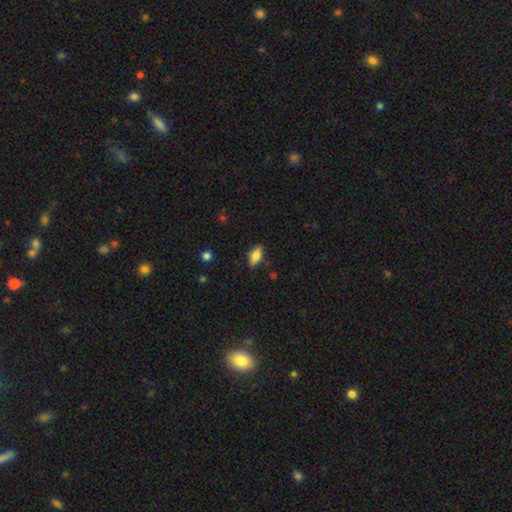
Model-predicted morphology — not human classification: This appears to be a smooth galaxy with no disk features (82%) that is in between round and cigar-shaped (89%). Merging: none (83%).